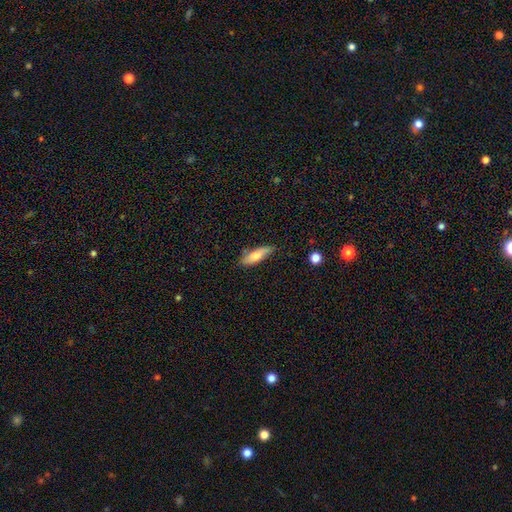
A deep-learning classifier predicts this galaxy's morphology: This appears to be a smooth galaxy with no disk features (75%) that is in between round and cigar-shaped (50%). Merging: none (73%).